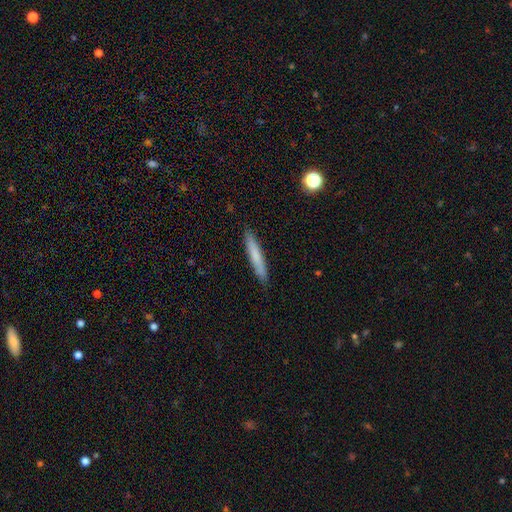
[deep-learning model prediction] smooth-or-featured: smooth: 72% | featured or disk: 21% | star or artifact: 6%
  how-rounded: cigar-shaped: 94% | in between: 5% | round: 1%
  merging: none: 88% | minor disturbance: 9% | major disturbance: 2% | merger: 1%